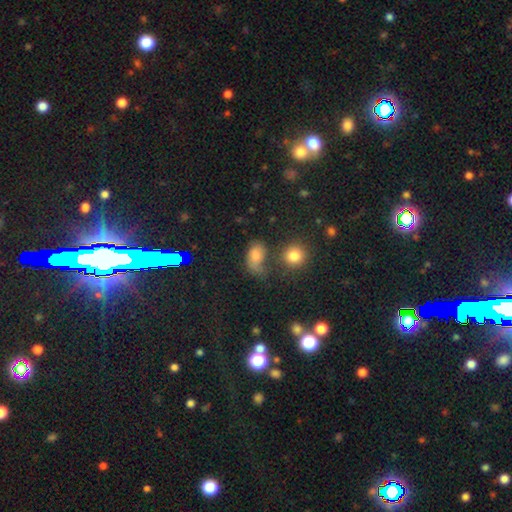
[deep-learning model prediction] Smooth or featured? Predicted: smooth (p=0.58). How rounded? Predicted: in between (p=0.70). Merging? Predicted: none (p=0.58).